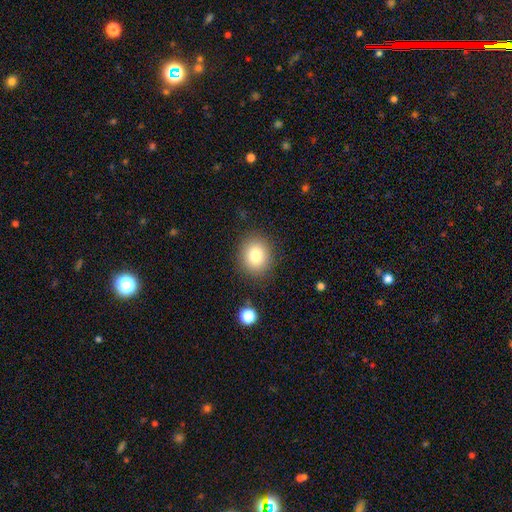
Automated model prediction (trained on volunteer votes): Smooth or featured? Predicted: smooth (p=0.80). How rounded? Predicted: round (p=0.69). Merging? Predicted: none (p=0.86).